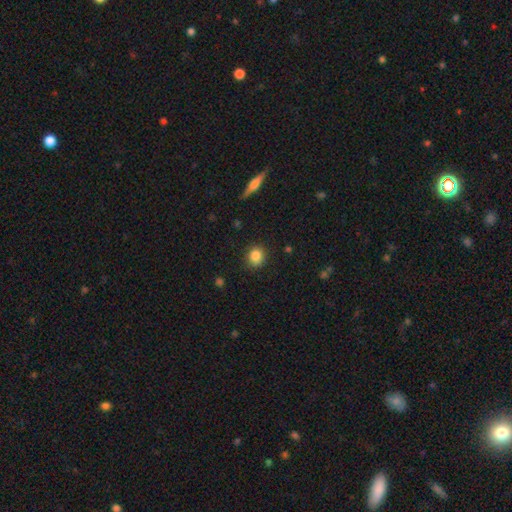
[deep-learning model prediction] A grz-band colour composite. It shows a smooth galaxy with no disk features (85%) that is round (79%). Merging: none (85%).